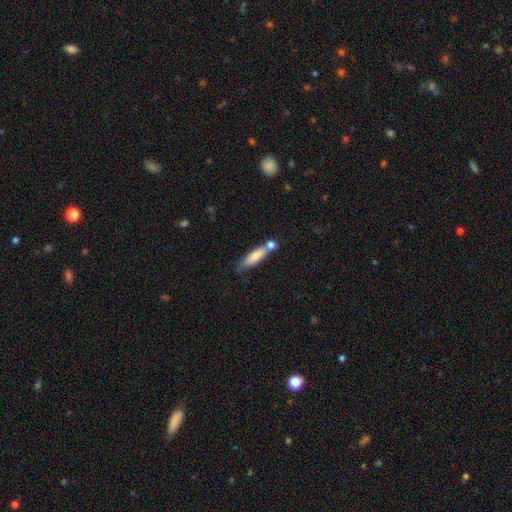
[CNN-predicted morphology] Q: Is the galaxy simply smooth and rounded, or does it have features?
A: smooth — 75%.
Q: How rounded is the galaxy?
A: cigar-shaped — 68%.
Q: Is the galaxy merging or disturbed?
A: none — 50%.